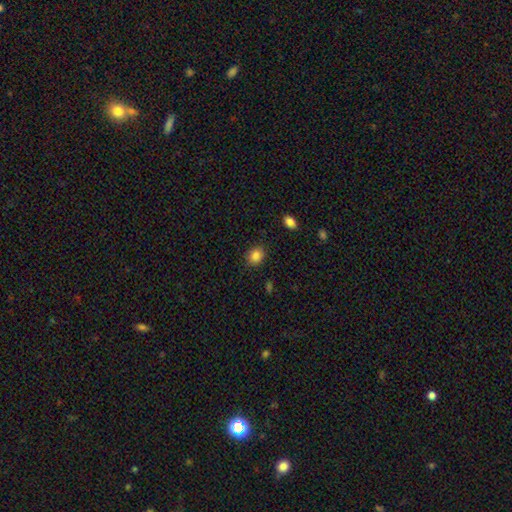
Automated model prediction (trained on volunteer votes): smooth-or-featured: smooth: 85% | star or artifact: 10% | featured or disk: 5%
  how-rounded: round: 59% | in between: 40% | cigar-shaped: 1%
  merging: none: 87% | minor disturbance: 9% | major disturbance: 2% | merger: 1%